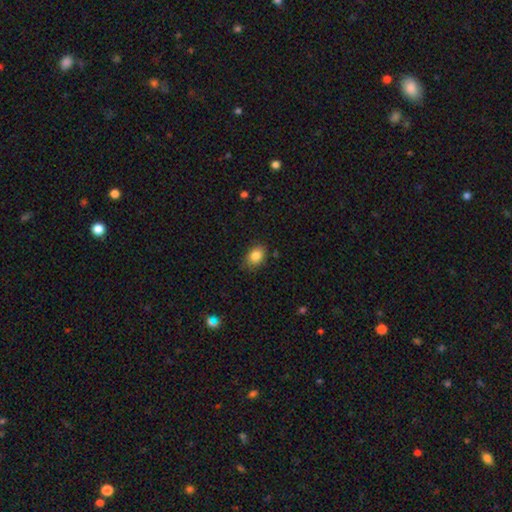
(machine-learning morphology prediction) smooth_or_featured: smooth (p=0.85) [alt: star or artifact p=0.09]
how_rounded: in between (p=0.74) [alt: round p=0.25]
merging: none (p=0.80) [alt: minor disturbance p=0.16]